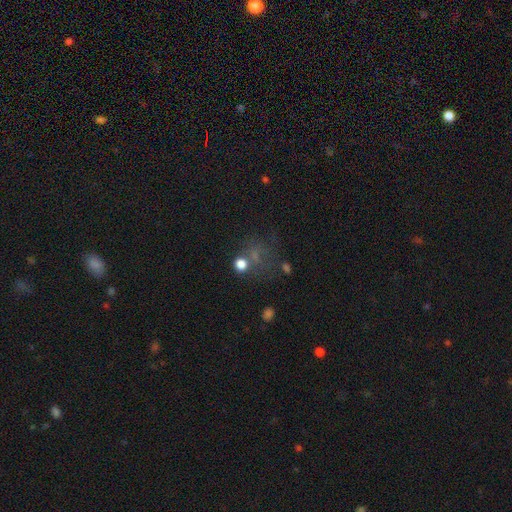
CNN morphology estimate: Q: Smooth or featured?
A: smooth (44%); runner-up: star or artifact (37%)
Q: Merging?
A: none (52%); runner-up: major disturbance (20%)